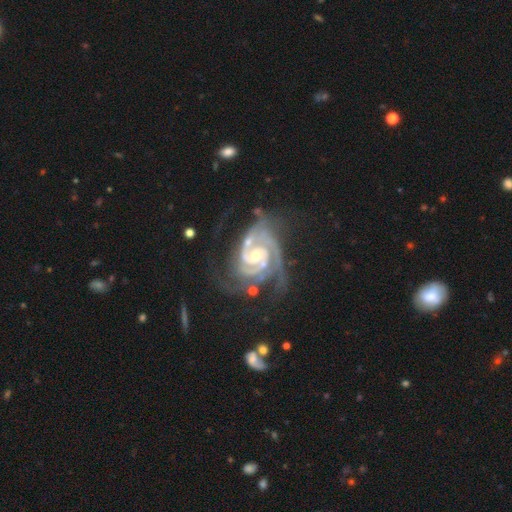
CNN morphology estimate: A featured or disk galaxy (93%) with no bar (56%), 2 (40%) tight (68%) spiral arms (99%) and a small central bulge (53%).

Vote fractions:
- Smooth or featured? featured or disk: 93% / star or artifact: 5% / smooth: 3%
- Edge-on disk? no: 98% / yes: 2%
- Bar? no: 56% / weak: 32% / strong: 12%
- Spiral arms? yes: 99% / no: 1%
- Spiral winding? tight: 68% / medium: 29% / loose: 4%
- Spiral arm count? 2: 40% / 3: 34% / can't tell: 8% / 4: 8% / more than 4: 5% / 1: 5%
- Bulge size? small: 53% / moderate: 43% / large: 2% / none: 2% / dominant: 1%
- Merging? none: 53% / minor disturbance: 24% / major disturbance: 18% / merger: 4%